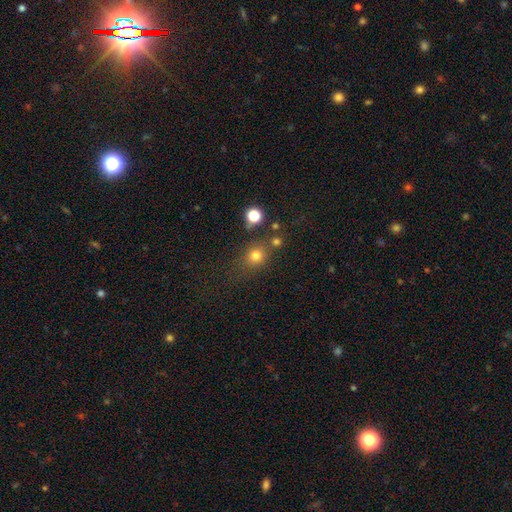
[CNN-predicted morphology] This appears to be a smooth galaxy with no disk features (75%) that is round (75%). Merging: none (67%).